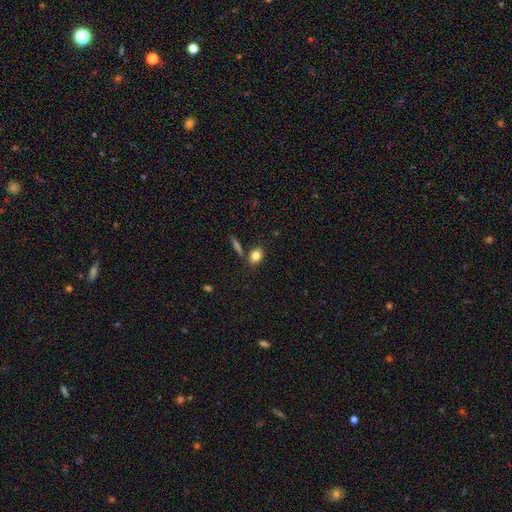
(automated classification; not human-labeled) Smooth or featured?
  - smooth: 83% *
  - star or artifact: 9%
  - featured or disk: 8%
How rounded?
  - in between: 70% *
  - round: 27%
  - cigar-shaped: 3%
Merging?
  - none: 77% *
  - minor disturbance: 11%
  - merger: 9%
  - major disturbance: 3%